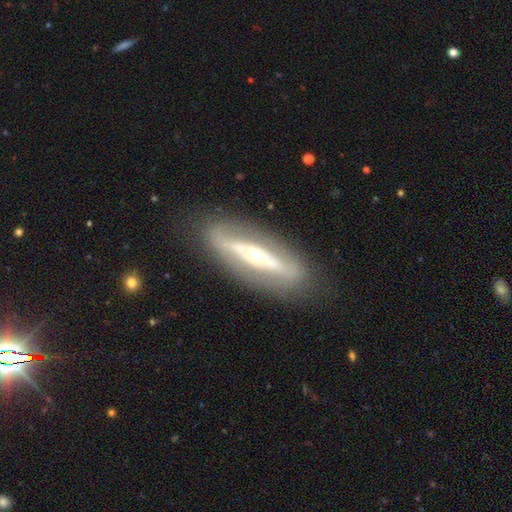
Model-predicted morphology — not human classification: Smooth or featured? featured or disk (72%)
Edge-on disk? no (64%)
Merging? none (81%)